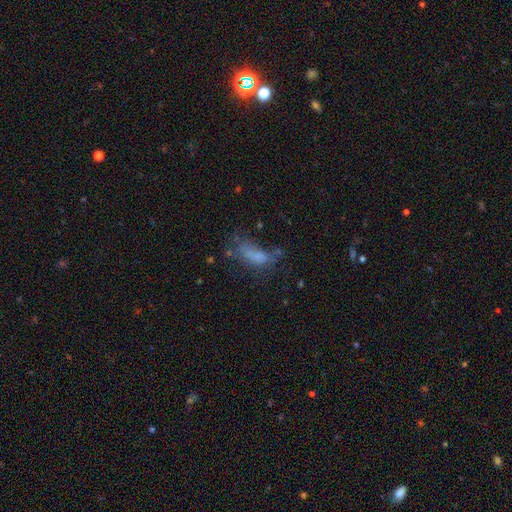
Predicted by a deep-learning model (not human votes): smooth-or-featured: smooth: 56% | featured or disk: 26% | star or artifact: 17%
  how-rounded: in between: 75% | cigar-shaped: 21% | round: 5%
  merging: major disturbance: 37% | none: 30% | minor disturbance: 22% | merger: 11%